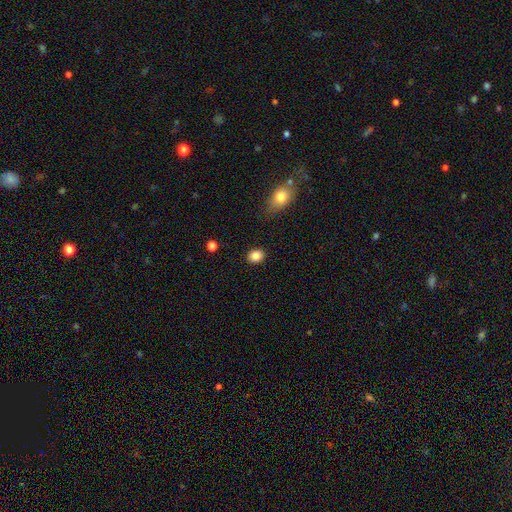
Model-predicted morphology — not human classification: smooth_or_featured: smooth (p=0.86) [alt: star or artifact p=0.09]
how_rounded: round (p=0.52) [alt: in between p=0.46]
merging: none (p=0.88) [alt: minor disturbance p=0.08]